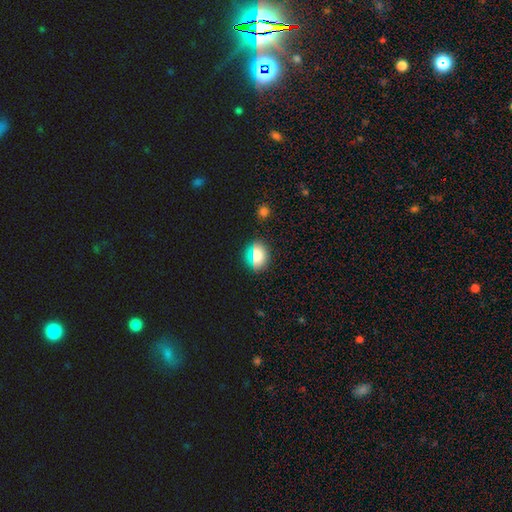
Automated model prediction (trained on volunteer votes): This appears to be a smooth galaxy with no disk features (68%) that is round (53%). Merging: none (87%).